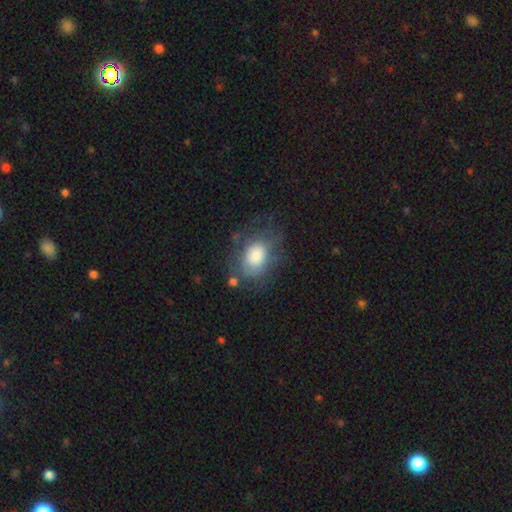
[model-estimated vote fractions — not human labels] smooth_or_featured: smooth (p=0.66) [alt: featured or disk p=0.25]
how_rounded: in between (p=0.70) [alt: round p=0.29]
merging: none (p=0.54) [alt: minor disturbance p=0.25]